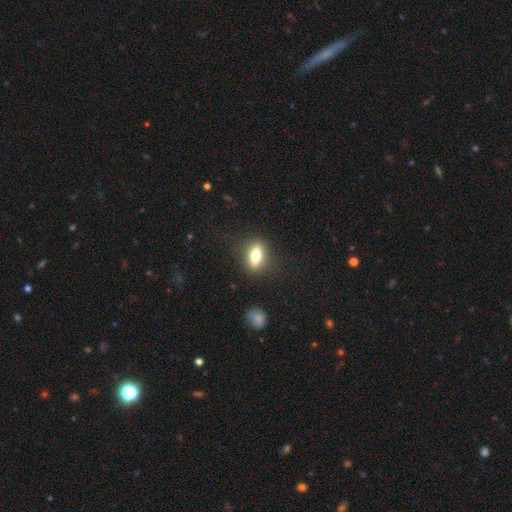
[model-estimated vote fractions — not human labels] smooth 68%, featured or disk 23%, star or artifact 9%. Down the decision tree: how rounded — in between (67%); merging — none (83%).